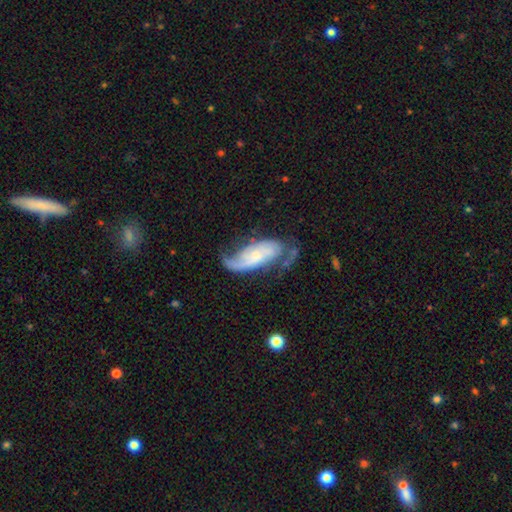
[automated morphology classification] Overall: featured or disk (76%). Edge-on disk: no (92%). Bar: no (62%; weak 28%). Spiral arms: yes (92%). Spiral arm count: 2 (73%). Spiral winding: medium (38%; loose 37%). Bulge size: small (63%). Merging: none (50%; minor disturbance 24%).